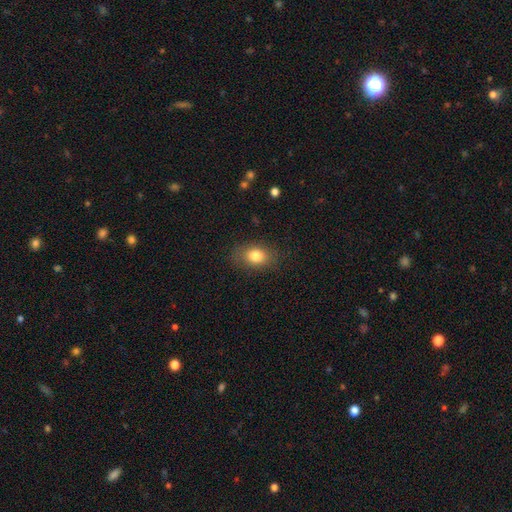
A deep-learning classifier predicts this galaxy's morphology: A smooth galaxy with no disk features (80%) that is in between round and cigar-shaped (73%). Merging: none (82%).